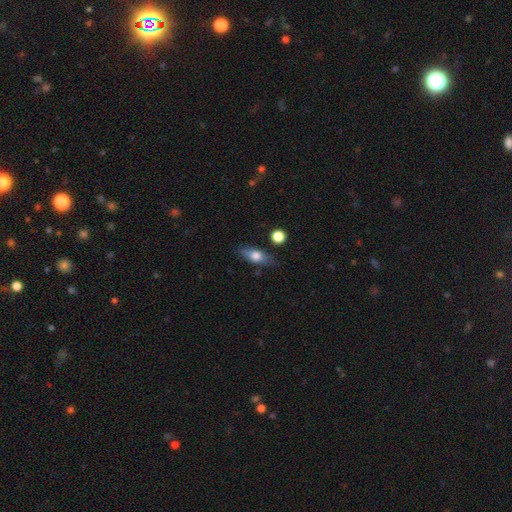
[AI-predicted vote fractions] Smooth or featured: smooth — 63% (featured or disk — 30%)
How rounded: in between — 68% (cigar-shaped — 25%)
Merging: none — 77% (minor disturbance — 16%)